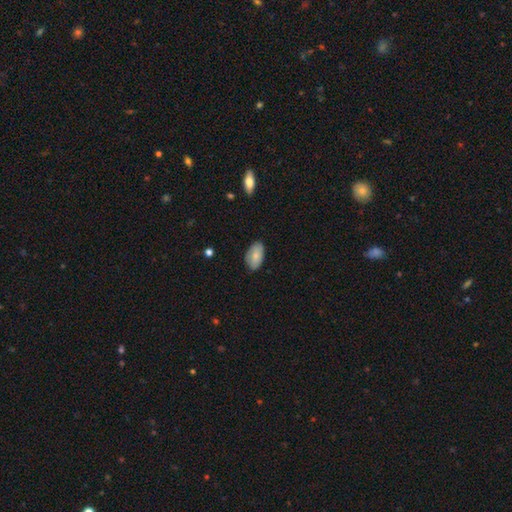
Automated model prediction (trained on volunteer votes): Smooth or featured? Predicted: smooth (p=0.78). How rounded? Predicted: in between (p=0.94). Merging? Predicted: none (p=0.80).